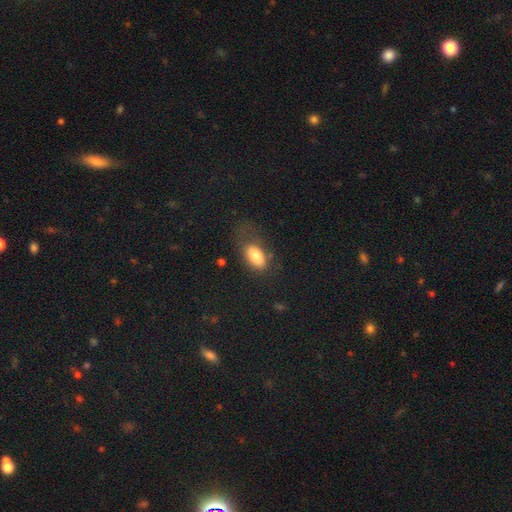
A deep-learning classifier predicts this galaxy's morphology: This is likely a smooth galaxy (79%). How rounded: clearly in between (92%). Merging: possibly none (53%).